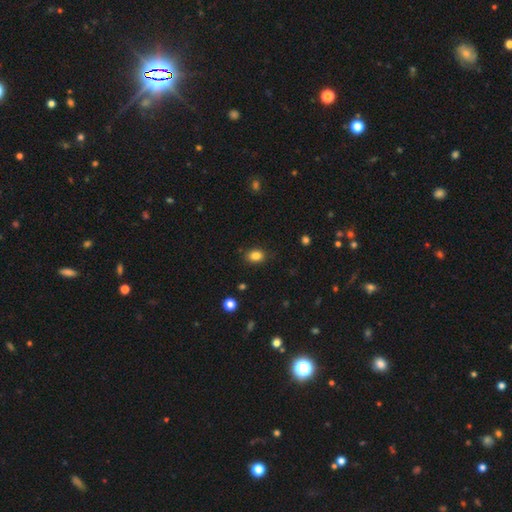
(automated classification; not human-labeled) A smooth galaxy with no disk features (84%) that is in between round and cigar-shaped (65%). Merging: none (86%).